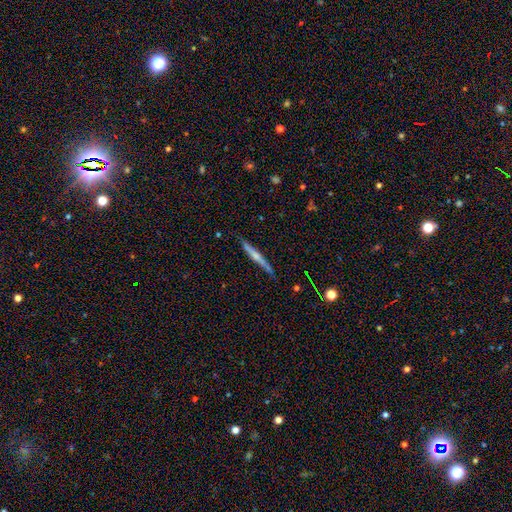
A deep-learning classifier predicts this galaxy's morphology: A featured or disk galaxy (57%) viewed edge-on (97%) with a rounded central bulge (55%).

Vote fractions:
- Smooth or featured? featured or disk: 57% / smooth: 36% / star or artifact: 7%
- Edge-on disk? yes: 97% / no: 3%
- Edge-on bulge? rounded: 55% / none: 35% / boxy: 10%
- Merging? none: 85% / minor disturbance: 12% / major disturbance: 2% / merger: 2%